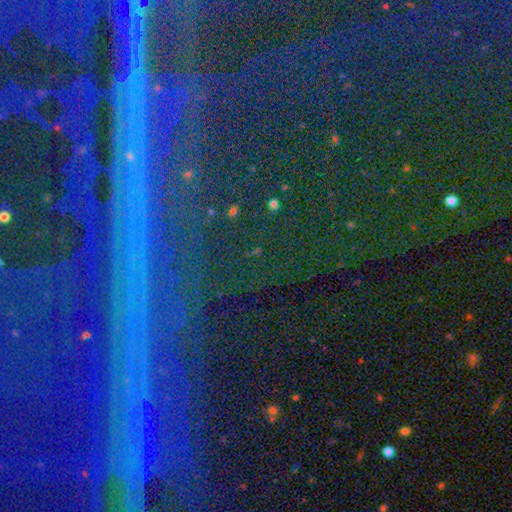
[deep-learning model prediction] smooth_or_featured: star or artifact (p=0.84) [alt: featured or disk p=0.08]